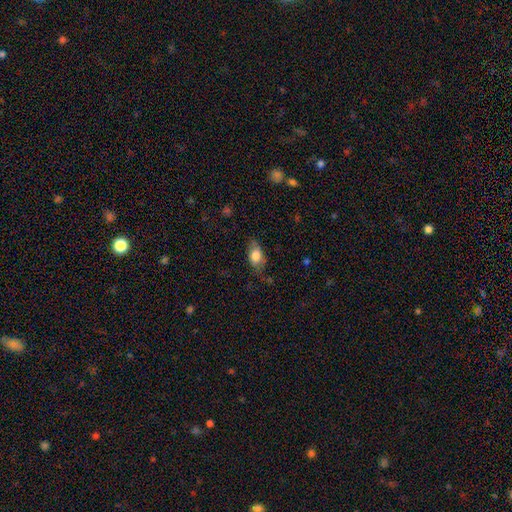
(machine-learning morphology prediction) This is likely a smooth galaxy (77%). How rounded: clearly in between (87%). Merging: likely none (65%).